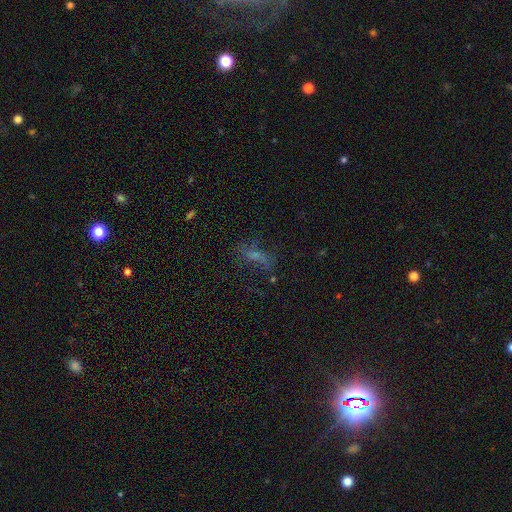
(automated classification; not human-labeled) Smooth or featured? smooth (40%)
Merging? none (49%)